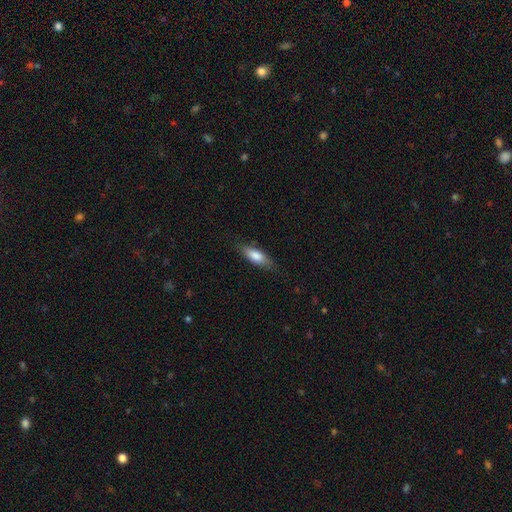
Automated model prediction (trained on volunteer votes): The model was most divided on "how rounded": in between: 63%, cigar-shaped: 34%, round: 2%. More confident: merging — none (79%); smooth or featured — smooth (79%).